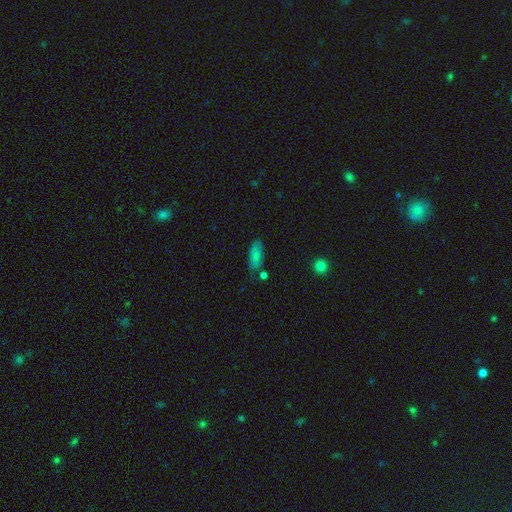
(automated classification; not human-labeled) Smooth or featured? smooth (79%)
How rounded? in between (83%)
Merging? none (65%)